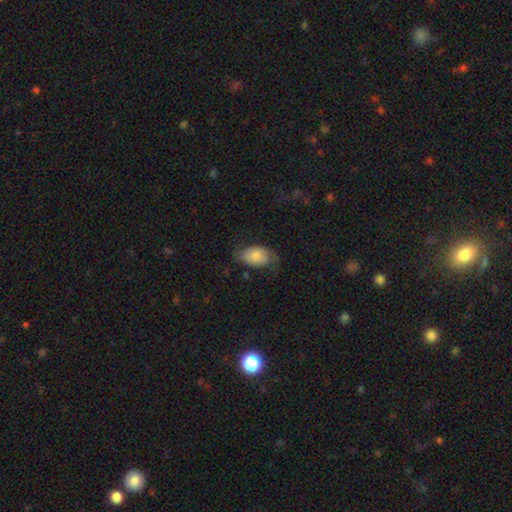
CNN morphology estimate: Smooth or featured? Predicted: smooth (p=0.58). How rounded? Predicted: in between (p=0.84). Merging? Predicted: none (p=0.53).